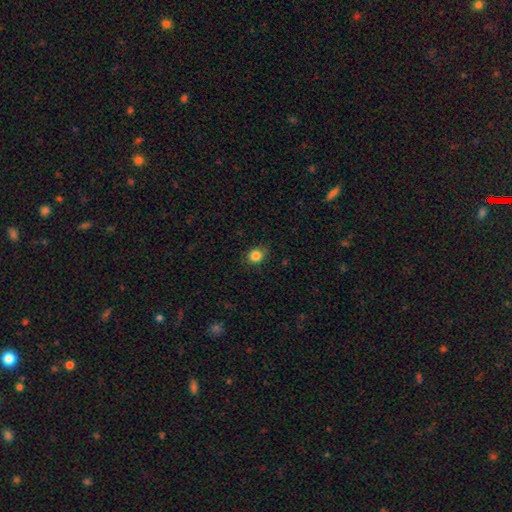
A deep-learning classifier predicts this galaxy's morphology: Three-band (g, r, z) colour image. It shows a smooth galaxy with no disk features (84%) that is round (68%). Merging: none (84%).